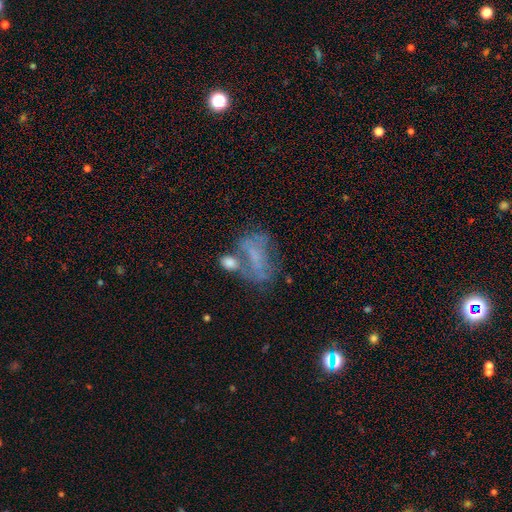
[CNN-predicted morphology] This is possibly a featured or disk galaxy (52%). It is clearly not viewed edge-on (94%). Merging: marginally none (32%).